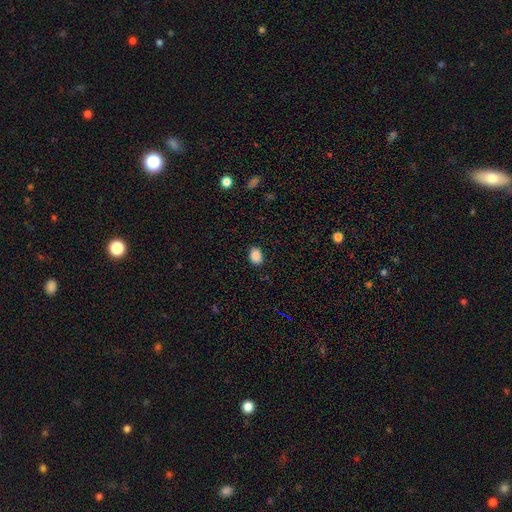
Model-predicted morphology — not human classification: This is clearly a smooth galaxy (88%). How rounded: likely in between (69%). Merging: clearly none (87%).